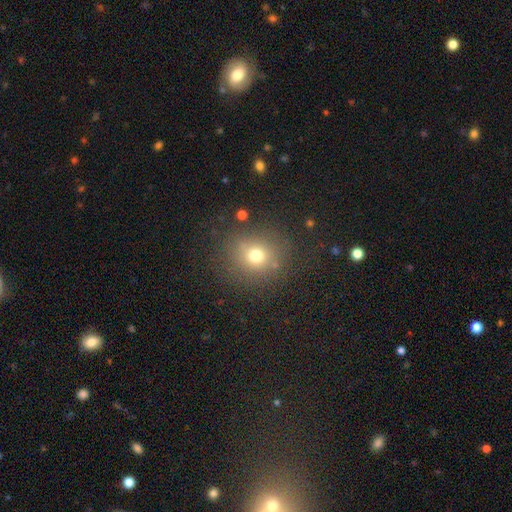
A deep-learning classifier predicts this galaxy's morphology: smooth_or_featured: smooth (p=0.70) [alt: star or artifact p=0.18]
how_rounded: round (p=0.87) [alt: in between p=0.12]
merging: none (p=0.81) [alt: minor disturbance p=0.11]